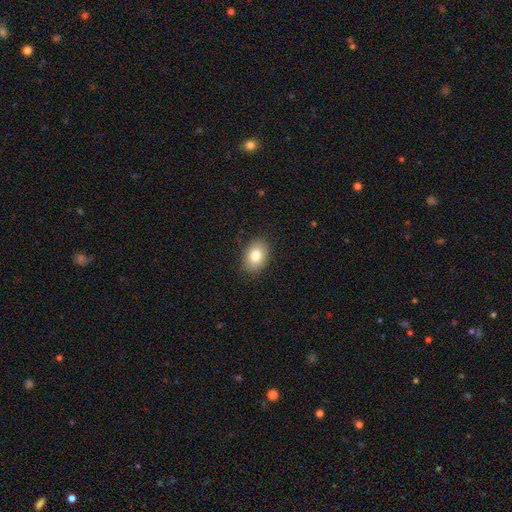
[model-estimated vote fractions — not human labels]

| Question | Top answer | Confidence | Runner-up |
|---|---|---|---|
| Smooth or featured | smooth | 80% | featured or disk (11%) |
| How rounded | in between | 76% | round (23%) |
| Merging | none | 87% | minor disturbance (10%) |